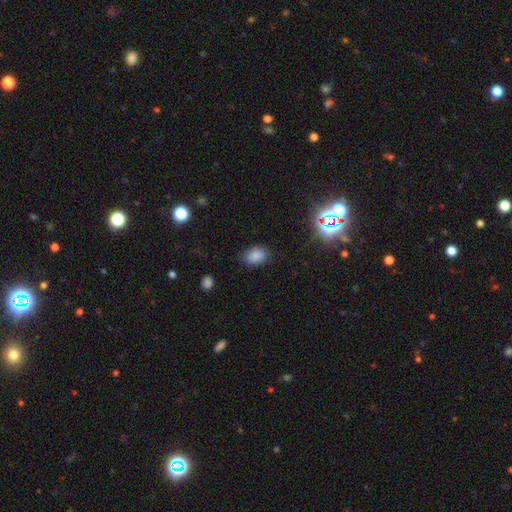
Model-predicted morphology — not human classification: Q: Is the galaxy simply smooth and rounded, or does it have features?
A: smooth — 82%.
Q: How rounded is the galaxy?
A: in between — 78%.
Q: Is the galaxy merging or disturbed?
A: none — 82%.